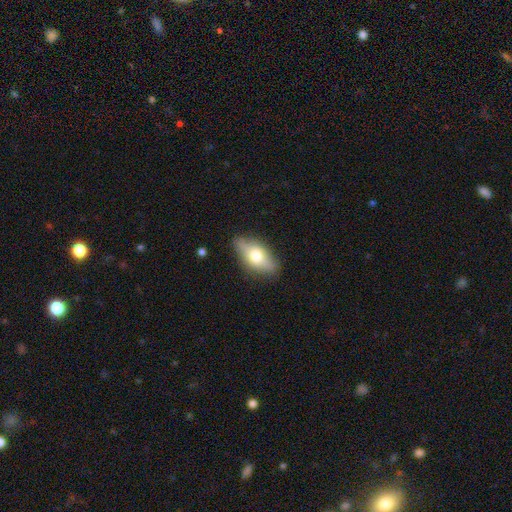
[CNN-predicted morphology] type=smooth (61%); roundness=in between (81%); merging=none (79%).